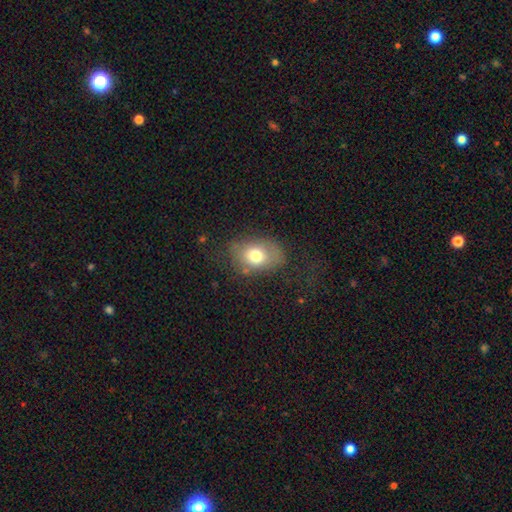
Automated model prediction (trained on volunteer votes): Smooth or featured? Predicted: smooth (p=0.73). How rounded? Predicted: in between (p=0.74). Merging? Predicted: none (p=0.63).